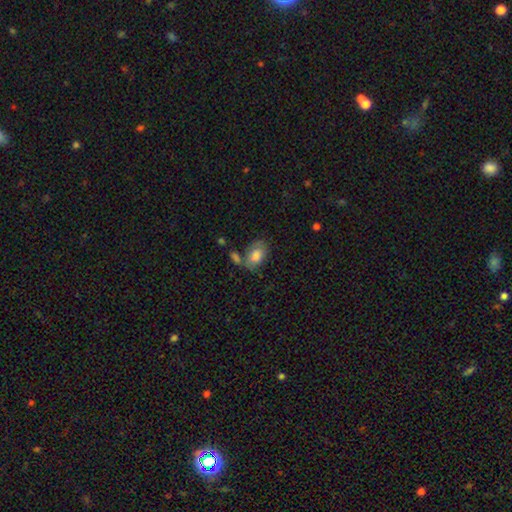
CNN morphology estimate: smooth 76%, featured or disk 17%, star or artifact 7%. Down the decision tree: how rounded — in between (88%); merging — none (48%).